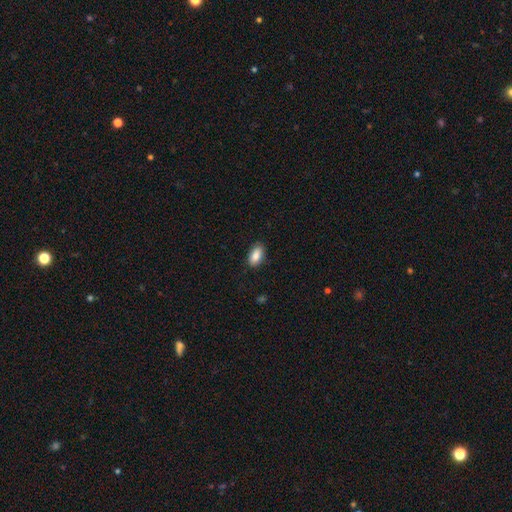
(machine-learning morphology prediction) type=smooth (87%); roundness=in between (93%); merging=none (85%).